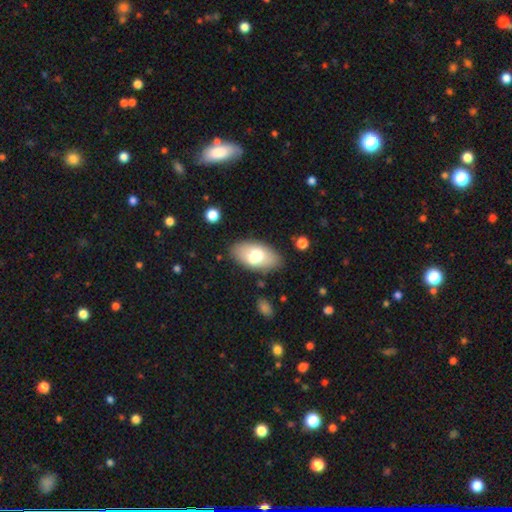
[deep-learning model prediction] A smooth galaxy with no disk features (69%) that is in between round and cigar-shaped (93%). Merging: none (82%).